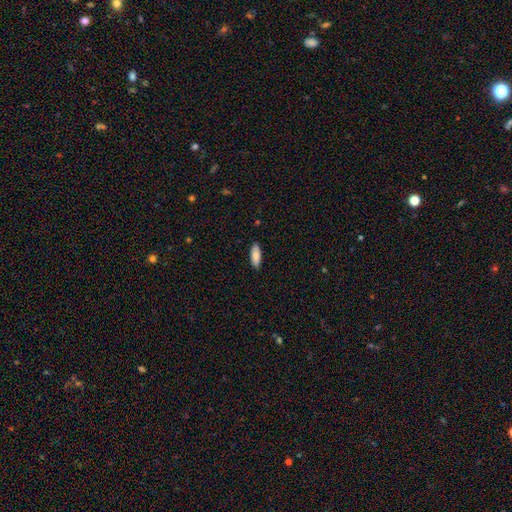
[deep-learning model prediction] A smooth galaxy with no disk features (83%) that is in between round and cigar-shaped (71%). Merging: none (89%).